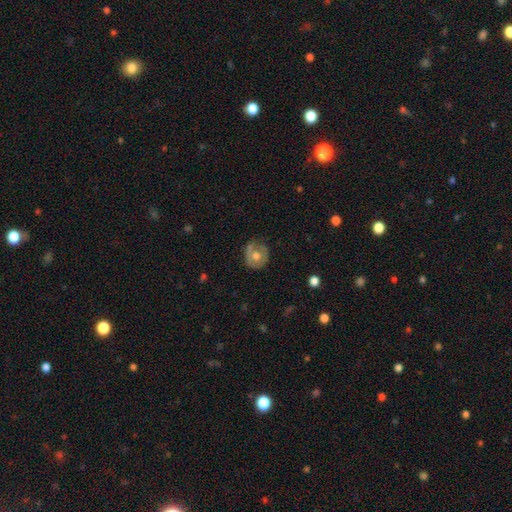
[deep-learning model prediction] Morphology: type=smooth (50%); roundness=round (79%); merging=none (61%).